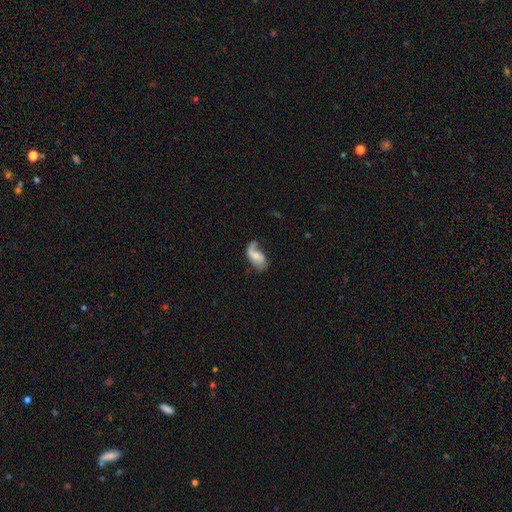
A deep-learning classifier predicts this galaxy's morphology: Smooth or featured? Predicted: featured or disk (p=0.63). Edge-on disk? Predicted: no (p=0.96). Bar? Predicted: no (p=0.52). Spiral arms? Predicted: yes (p=0.86). Spiral winding? Predicted: loose (p=0.60). Spiral arm count? Predicted: 2 (p=0.46, tied with 1). Bulge size? Predicted: small (p=0.44). Merging? Predicted: none (p=0.40).